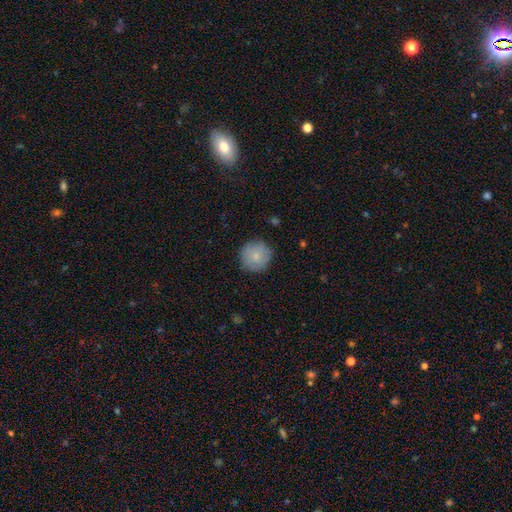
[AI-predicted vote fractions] Smooth or featured?
  - smooth: 83% *
  - featured or disk: 10%
  - star or artifact: 7%
How rounded?
  - round: 95% *
  - in between: 4%
  - cigar-shaped: 1%
Merging?
  - none: 87% *
  - minor disturbance: 10%
  - major disturbance: 2%
  - merger: 1%